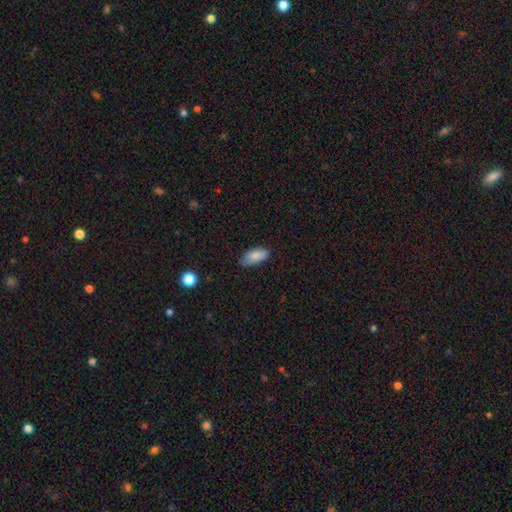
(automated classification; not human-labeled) Morphology: type=smooth (84%); roundness=in between (90%); merging=none (70%).